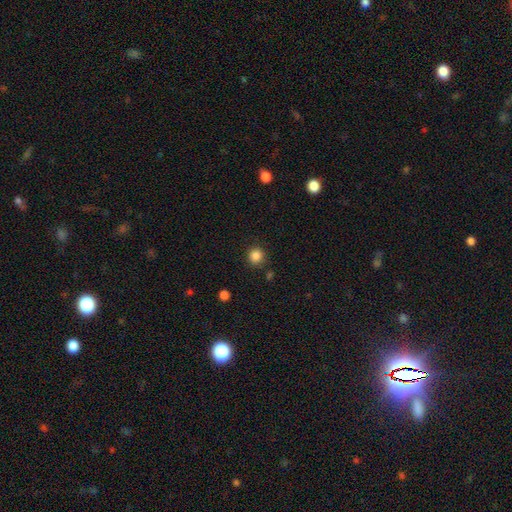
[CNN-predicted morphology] smooth-or-featured: smooth: 85% | star or artifact: 11% | featured or disk: 3%
  how-rounded: round: 92% | in between: 7% | cigar-shaped: 1%
  merging: none: 88% | minor disturbance: 7% | merger: 2% | major disturbance: 2%